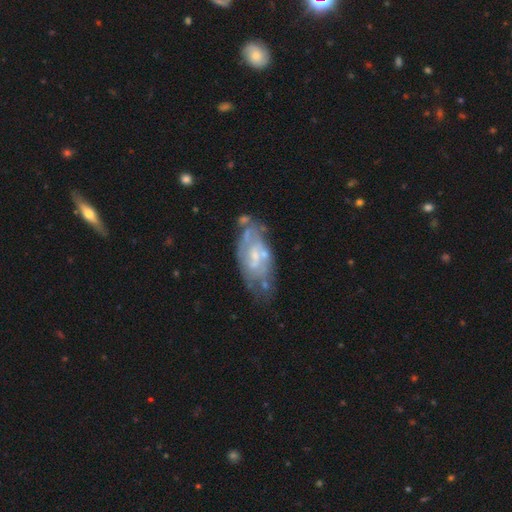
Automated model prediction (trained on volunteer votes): This appears to be a featured or disk galaxy (71%) with no bar (53%), spiral arms (55%) and a small central bulge (54%). Merging: none (51%).